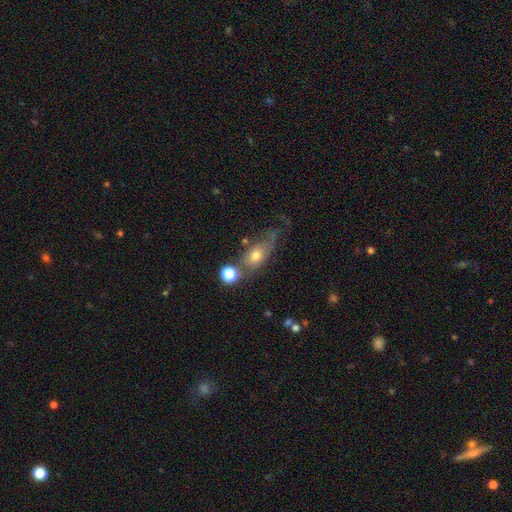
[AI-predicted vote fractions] Q: Smooth or featured?
A: smooth (61%); runner-up: featured or disk (27%)
Q: How rounded?
A: in between (65%); runner-up: round (26%)
Q: Merging?
A: none (39%); runner-up: minor disturbance (23%)